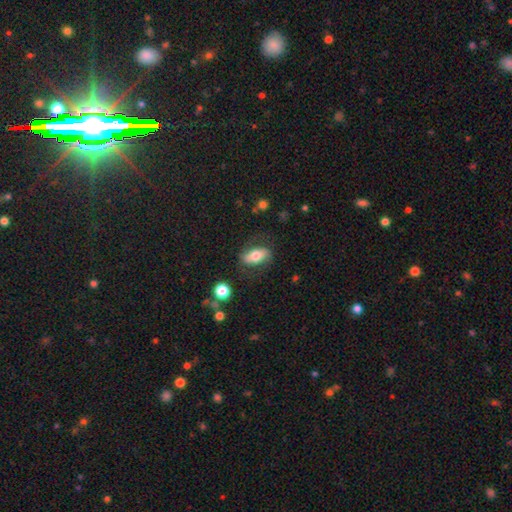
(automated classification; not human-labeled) smooth 66%, featured or disk 27%, star or artifact 7%. Down the decision tree: how rounded — in between (84%); merging — none (75%).